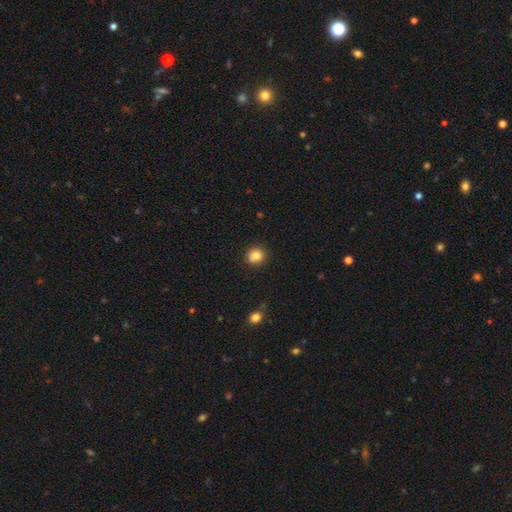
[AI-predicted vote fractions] Smooth or featured? Predicted: smooth (p=0.83). How rounded? Predicted: round (p=0.87). Merging? Predicted: none (p=0.87).